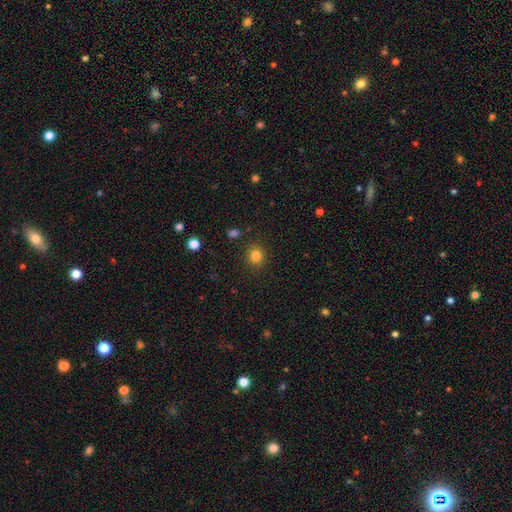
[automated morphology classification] smooth-or-featured: smooth: 83% | star or artifact: 12% | featured or disk: 5%
  how-rounded: round: 84% | in between: 15% | cigar-shaped: 1%
  merging: none: 89% | minor disturbance: 7% | major disturbance: 3% | merger: 2%